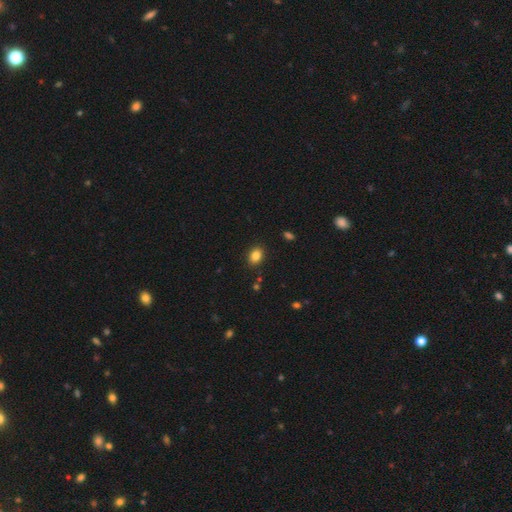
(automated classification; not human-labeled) This is clearly a smooth galaxy (84%). How rounded: likely in between (65%). Merging: clearly none (87%).